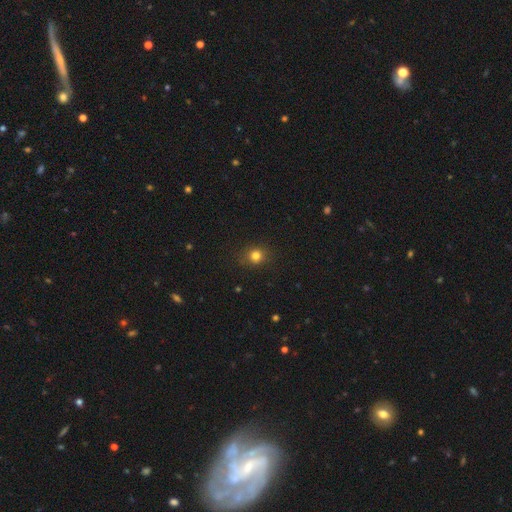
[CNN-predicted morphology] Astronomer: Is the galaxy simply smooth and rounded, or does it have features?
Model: smooth — 79%.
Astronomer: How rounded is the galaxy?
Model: round — 80%.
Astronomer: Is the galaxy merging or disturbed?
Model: none — 87%.